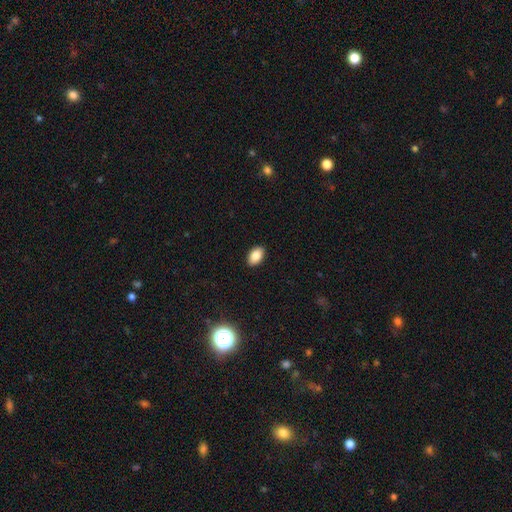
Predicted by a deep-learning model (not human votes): smooth_or_featured: smooth (p=0.85) [alt: star or artifact p=0.09]
how_rounded: in between (p=0.91) [alt: round p=0.08]
merging: none (p=0.90) [alt: minor disturbance p=0.07]